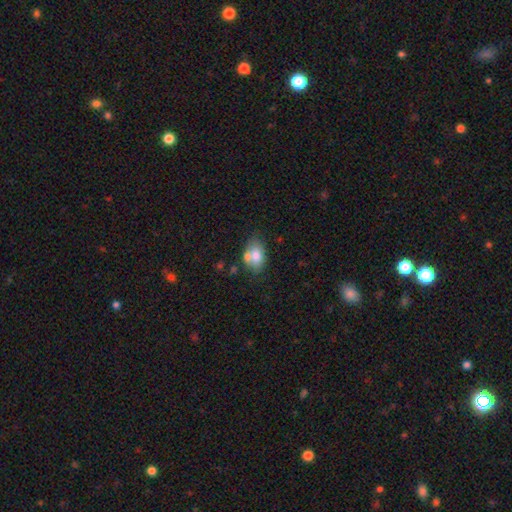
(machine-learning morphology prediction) Q: Smooth or featured?
A: smooth (74%); runner-up: featured or disk (18%)
Q: How rounded?
A: in between (85%); runner-up: round (13%)
Q: Merging?
A: none (45%); runner-up: merger (30%)